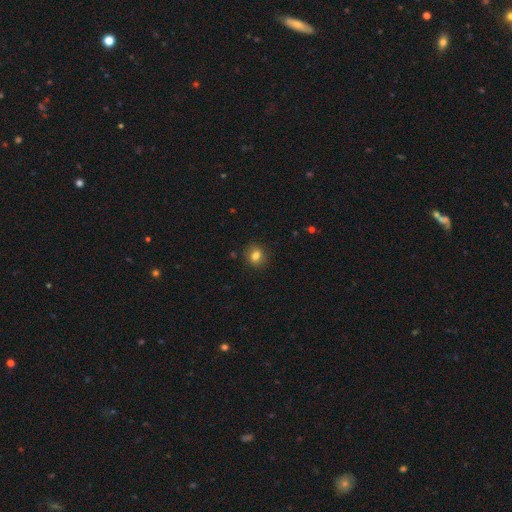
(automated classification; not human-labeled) Smooth or featured?
  - smooth: 80% *
  - star or artifact: 11%
  - featured or disk: 8%
How rounded?
  - round: 65% *
  - in between: 34%
  - cigar-shaped: 1%
Merging?
  - none: 86% *
  - minor disturbance: 10%
  - major disturbance: 3%
  - merger: 1%